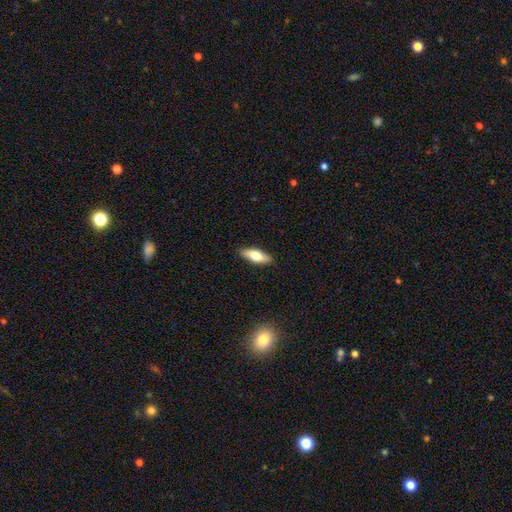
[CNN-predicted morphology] The model was most divided on "how rounded": in between: 62%, cigar-shaped: 35%, round: 2%. More confident: merging — none (88%); smooth or featured — smooth (71%).